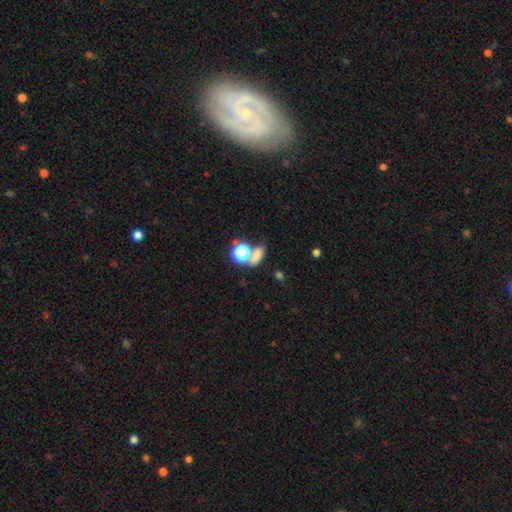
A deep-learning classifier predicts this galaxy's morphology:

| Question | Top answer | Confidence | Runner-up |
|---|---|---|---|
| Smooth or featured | smooth | 68% | star or artifact (22%) |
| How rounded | in between | 54% | round (39%) |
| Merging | none | 45% | merger (36%) |